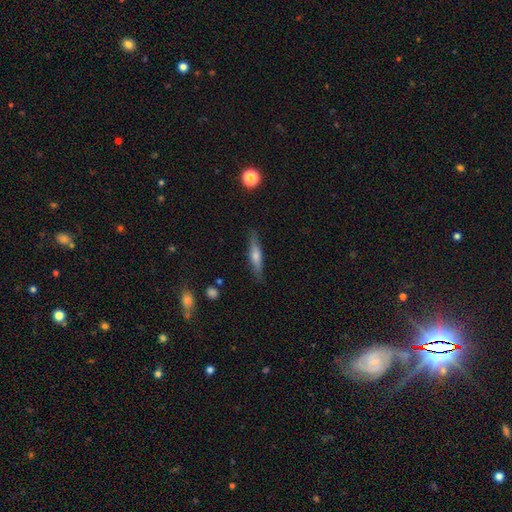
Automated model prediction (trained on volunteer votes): Overall: smooth (52%; featured or disk 41%). How rounded: cigar-shaped (83%). Merging: none (85%).